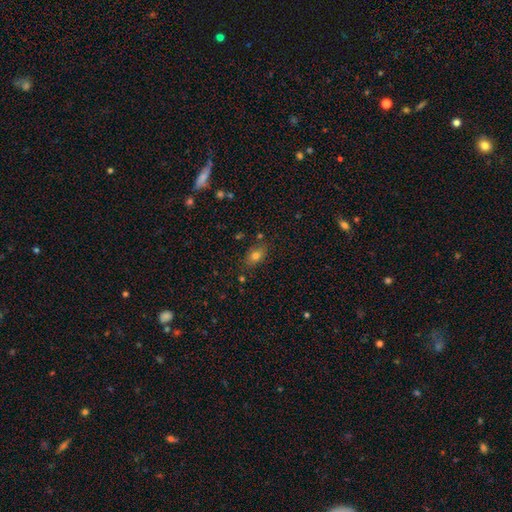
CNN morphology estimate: A smooth galaxy with no disk features (74%) that is in between round and cigar-shaped (79%). Merging: none (79%).